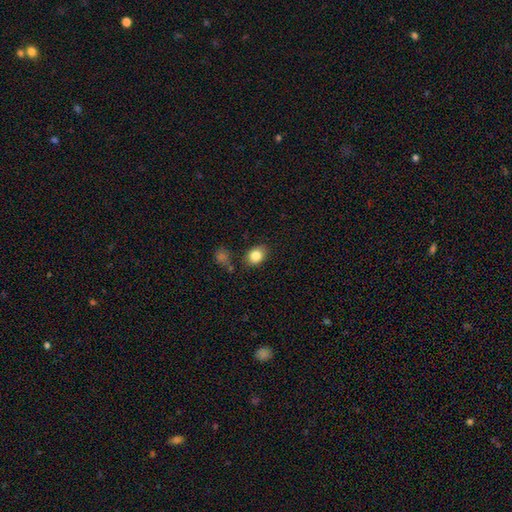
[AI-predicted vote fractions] This is clearly a smooth galaxy (84%). How rounded: likely in between (66%). Merging: likely none (80%).